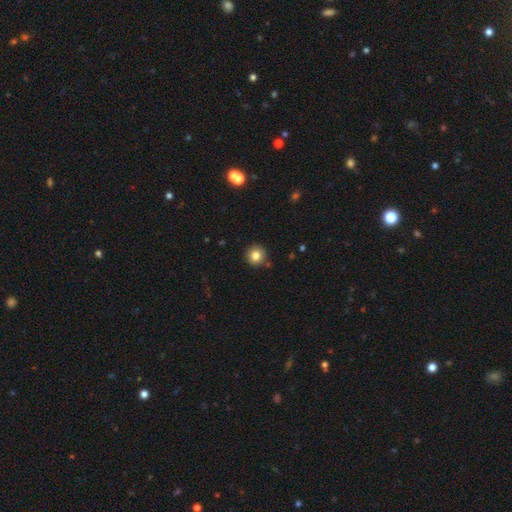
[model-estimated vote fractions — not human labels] Smooth or featured: smooth — 82% (star or artifact — 11%)
How rounded: round — 93% (in between — 6%)
Merging: none — 87% (minor disturbance — 8%)